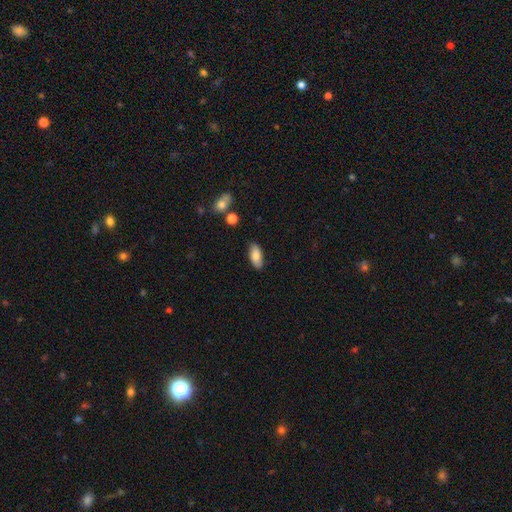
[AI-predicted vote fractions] Smooth or featured?
  - smooth: 78% *
  - featured or disk: 16%
  - star or artifact: 7%
How rounded?
  - in between: 89% *
  - cigar-shaped: 9%
  - round: 3%
Merging?
  - none: 82% *
  - minor disturbance: 13%
  - major disturbance: 3%
  - merger: 2%